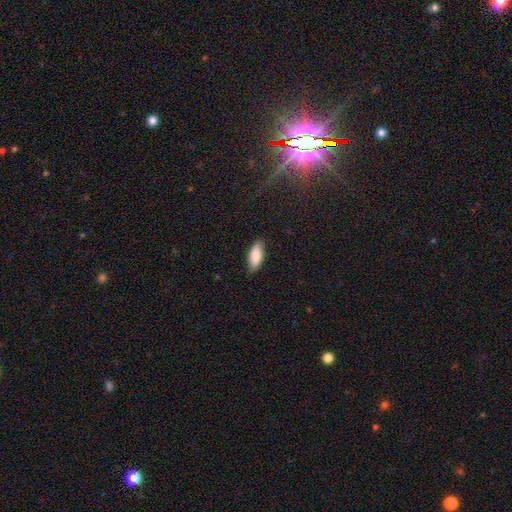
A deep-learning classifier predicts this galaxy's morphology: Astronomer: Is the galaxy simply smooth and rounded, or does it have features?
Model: smooth — 85%.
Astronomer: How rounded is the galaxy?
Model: in between — 78%.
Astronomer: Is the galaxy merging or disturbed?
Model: none — 83%.